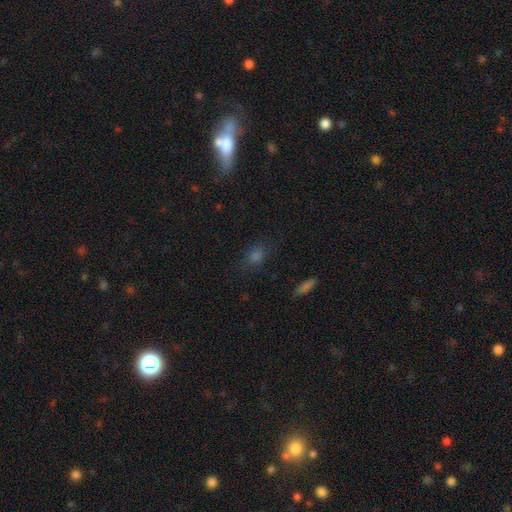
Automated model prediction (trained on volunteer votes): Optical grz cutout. It shows a smooth galaxy with no disk features (65%) that is in between round and cigar-shaped (51%). Merging: none (76%).